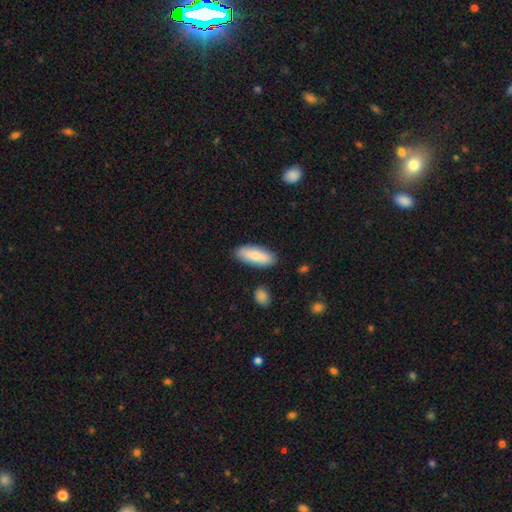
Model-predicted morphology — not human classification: Overall: smooth (77%). How rounded: in between (77%). Merging: none (85%).